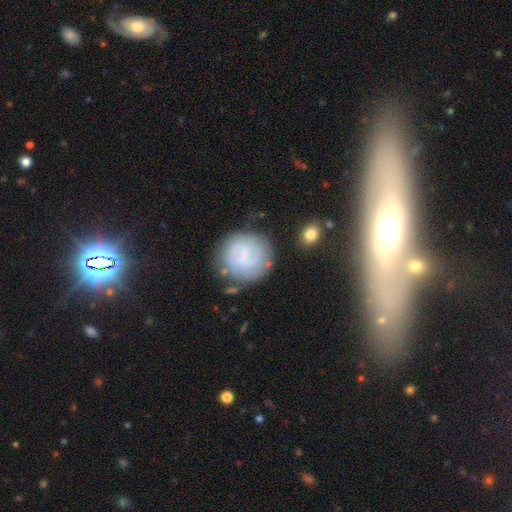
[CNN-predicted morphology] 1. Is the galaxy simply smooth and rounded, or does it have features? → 56% featured or disk, 36% smooth, 8% star or artifact.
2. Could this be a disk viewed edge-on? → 98% no, 2% yes.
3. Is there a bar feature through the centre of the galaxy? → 58% weak, 29% no, 14% strong.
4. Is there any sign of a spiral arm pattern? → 81% yes, 19% no.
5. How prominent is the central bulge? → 65% small, 20% none, 13% moderate, 1% large, 1% dominant.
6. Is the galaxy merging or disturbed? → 74% none, 16% minor disturbance, 7% major disturbance, 4% merger.